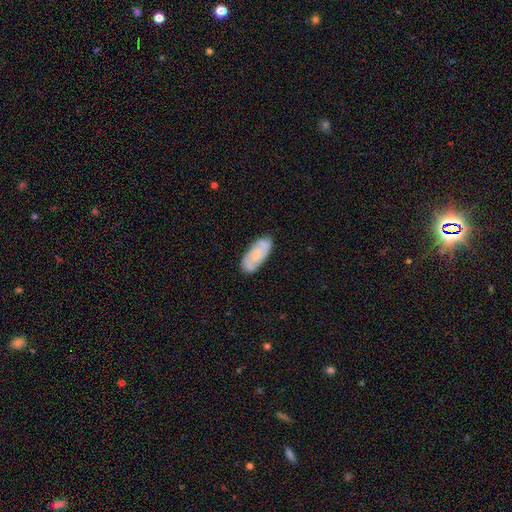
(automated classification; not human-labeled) Smooth or featured?
  - smooth: 51% *
  - featured or disk: 42%
  - star or artifact: 7%
How rounded?
  - in between: 82% *
  - cigar-shaped: 15%
  - round: 2%
Merging?
  - none: 75% *
  - minor disturbance: 19%
  - major disturbance: 4%
  - merger: 2%